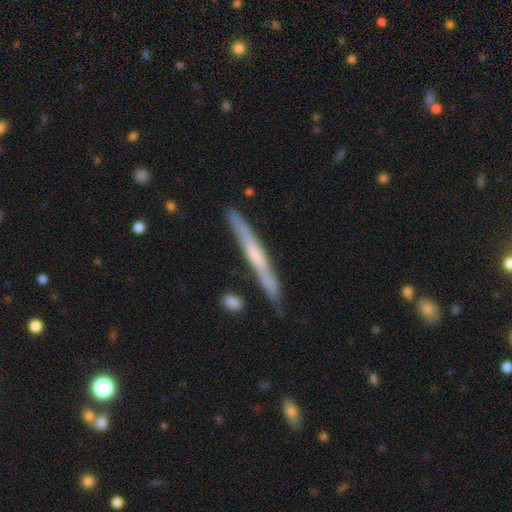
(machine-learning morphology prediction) Smooth or featured? featured or disk (57%)
Edge-on disk? yes (95%)
Edge-on bulge? none (58%)
Merging? none (82%)